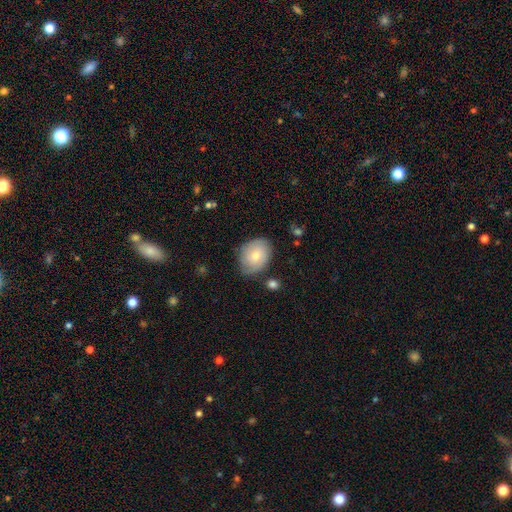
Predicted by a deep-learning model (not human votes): Overall: smooth (58%; featured or disk 35%). How rounded: in between (59%; round 40%). Merging: none (72%).